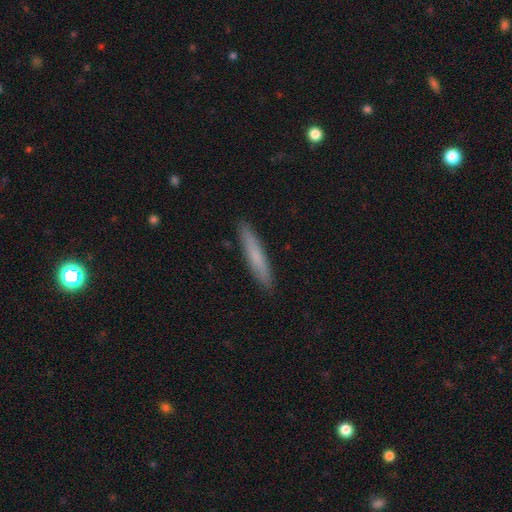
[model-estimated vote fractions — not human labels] Smooth or featured? smooth (72%)
How rounded? cigar-shaped (93%)
Merging? none (91%)